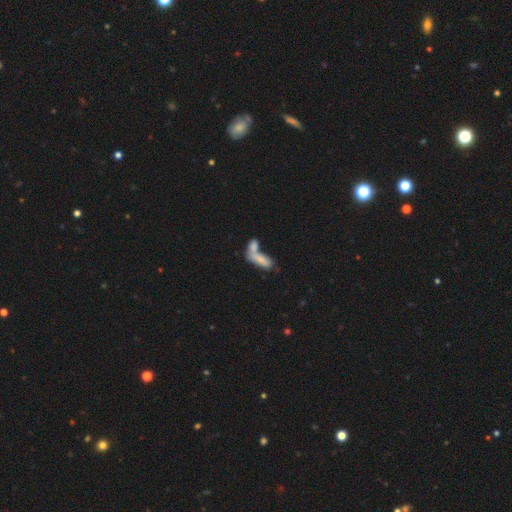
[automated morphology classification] Smooth or featured? Predicted: smooth (p=0.74). How rounded? Predicted: in between (p=0.67). Merging? Predicted: merger (p=0.64).